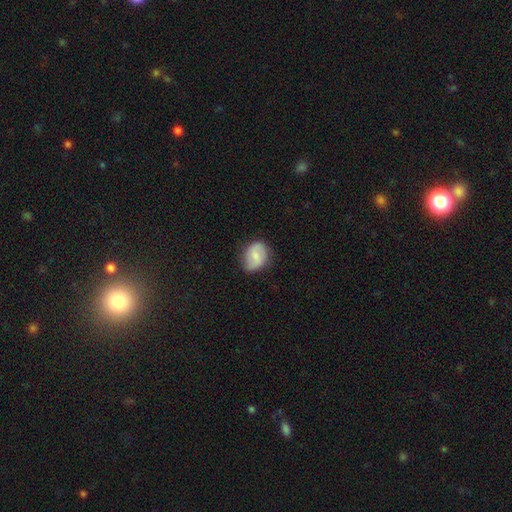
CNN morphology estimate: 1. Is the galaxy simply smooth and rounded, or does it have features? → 61% smooth, 32% featured or disk, 7% star or artifact.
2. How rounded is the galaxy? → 58% in between, 40% round, 1% cigar-shaped.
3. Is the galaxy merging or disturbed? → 74% none, 21% minor disturbance, 4% major disturbance, 1% merger.